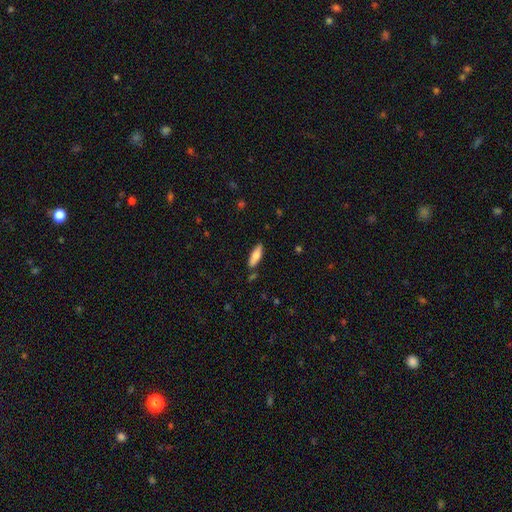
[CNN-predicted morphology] This is likely a smooth galaxy (72%). How rounded: possibly in between (53%). Merging: clearly none (83%).